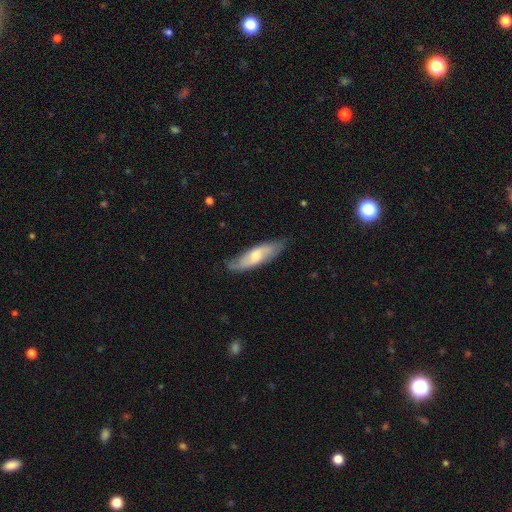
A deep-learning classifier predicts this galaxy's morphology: Smooth or featured?
  - smooth: 52% *
  - featured or disk: 43%
  - star or artifact: 6%
How rounded?
  - cigar-shaped: 52% *
  - in between: 46%
  - round: 2%
Merging?
  - none: 77% *
  - minor disturbance: 18%
  - major disturbance: 3%
  - merger: 1%